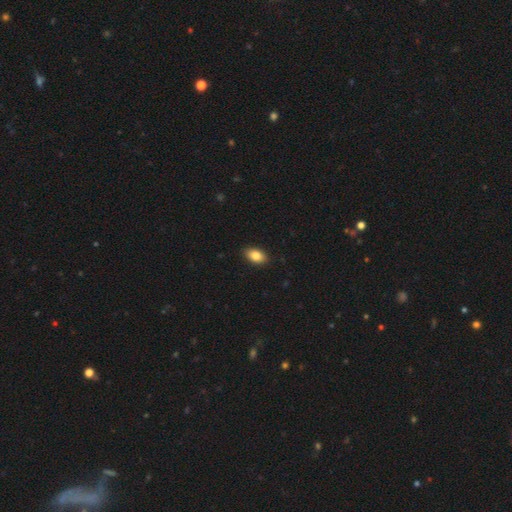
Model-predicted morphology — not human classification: Smooth or featured: smooth — 85% (star or artifact — 8%)
How rounded: in between — 90% (round — 8%)
Merging: none — 90% (minor disturbance — 8%)